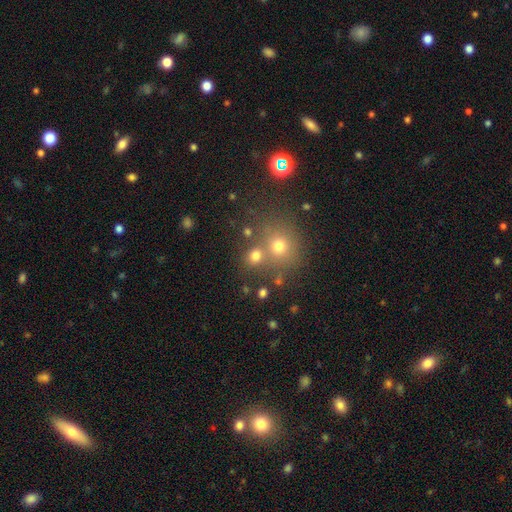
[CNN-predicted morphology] Smooth or featured? Predicted: smooth (p=0.72). How rounded? Predicted: round (p=0.78). Merging? Predicted: none (p=0.60).